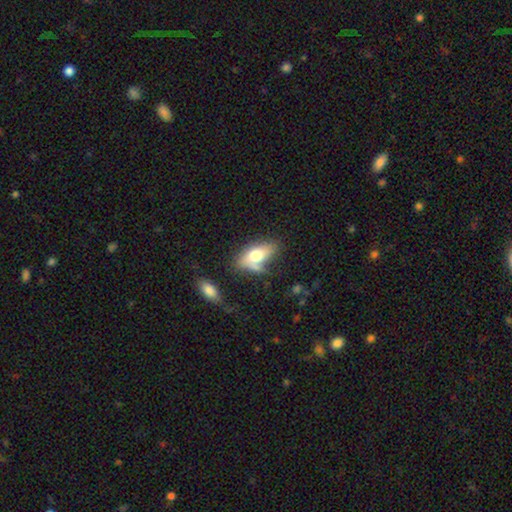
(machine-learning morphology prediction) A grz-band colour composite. It shows a smooth galaxy with no disk features (67%) that is in between round and cigar-shaped (86%). Merging: none (48%).